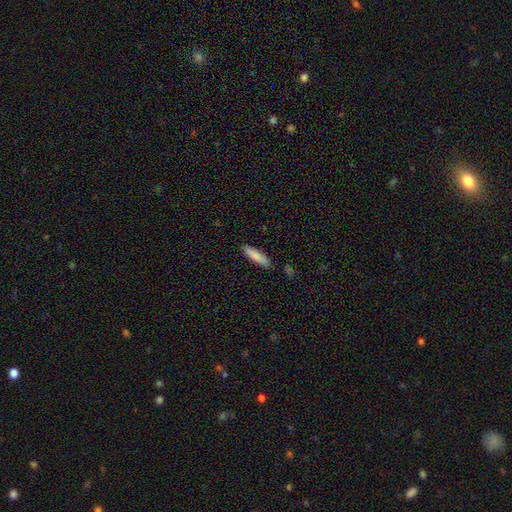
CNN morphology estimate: Overall: smooth (82%). How rounded: cigar-shaped (72%). Merging: none (86%).